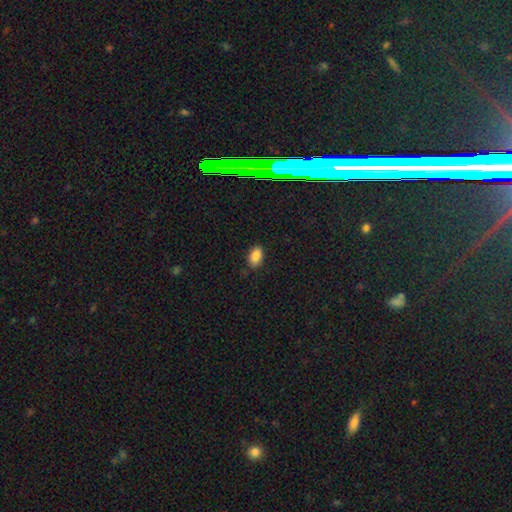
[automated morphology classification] This is clearly a smooth galaxy (86%). How rounded: clearly in between (90%). Merging: clearly none (83%).